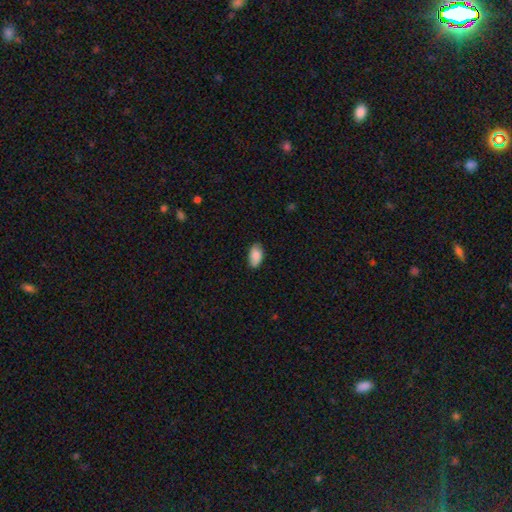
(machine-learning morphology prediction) Smooth or featured? smooth (88%)
How rounded? in between (94%)
Merging? none (82%)